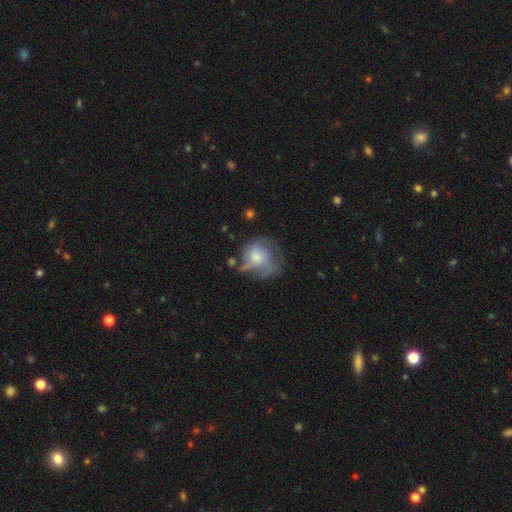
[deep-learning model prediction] Overall: featured or disk (54%; smooth 37%). Edge-on disk: no (98%). Bar: no (77%). Spiral arms: yes (70%; no 30%). Bulge size: moderate (46%; small 34%). Merging: none (42%; major disturbance 29%).